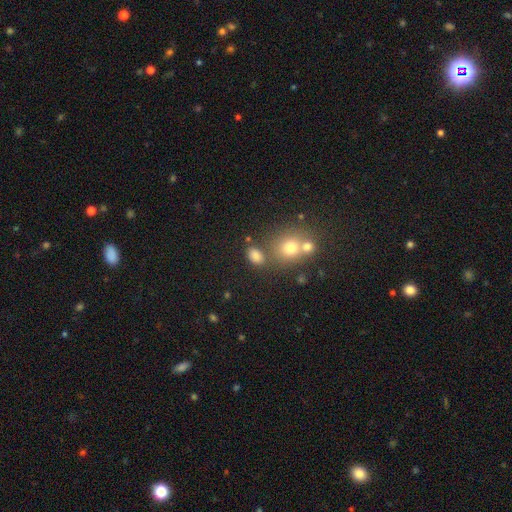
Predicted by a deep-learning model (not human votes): smooth 79%, star or artifact 14%, featured or disk 8%. Down the decision tree: how rounded — in between (75%); merging — none (65%).